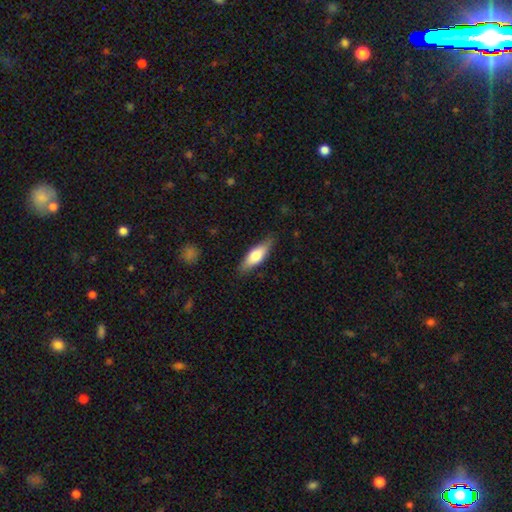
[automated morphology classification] Smooth or featured: smooth — 69% (featured or disk — 25%)
How rounded: in between — 57% (cigar-shaped — 40%)
Merging: none — 81% (minor disturbance — 15%)